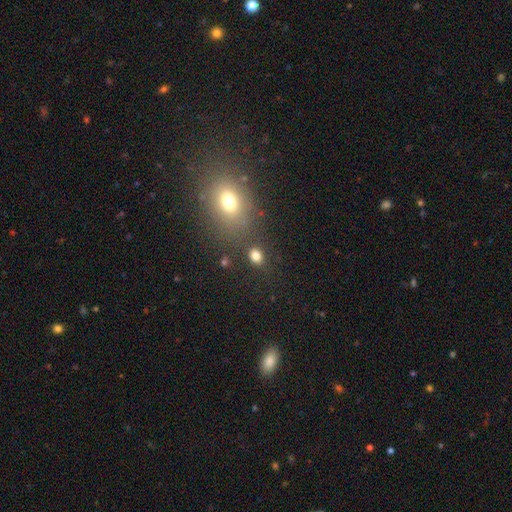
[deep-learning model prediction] Smooth or featured?
  - smooth: 80% *
  - star or artifact: 14%
  - featured or disk: 7%
How rounded?
  - in between: 52% *
  - round: 47%
  - cigar-shaped: 1%
Merging?
  - none: 80% *
  - minor disturbance: 10%
  - merger: 6%
  - major disturbance: 4%